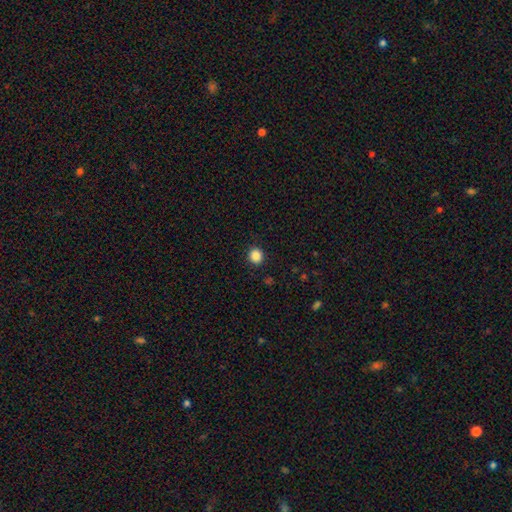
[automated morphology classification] This is clearly a smooth galaxy (86%). How rounded: clearly round (90%). Merging: clearly none (91%).